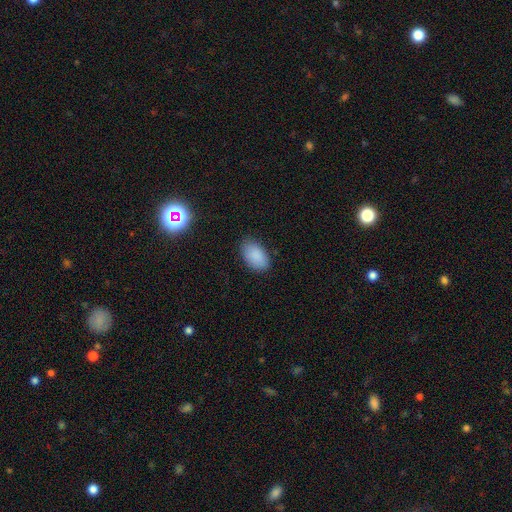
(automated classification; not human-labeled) Morphology: type=smooth (89%); roundness=in between (93%); merging=none (84%).